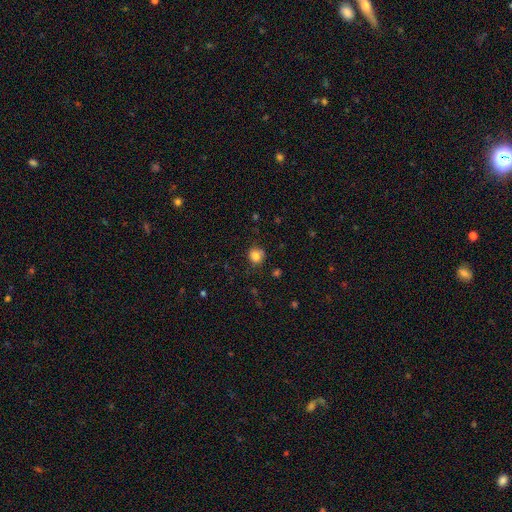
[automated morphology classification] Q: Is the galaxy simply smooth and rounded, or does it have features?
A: smooth — 82%.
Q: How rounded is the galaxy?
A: round — 85%.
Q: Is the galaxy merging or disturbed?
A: none — 75%.